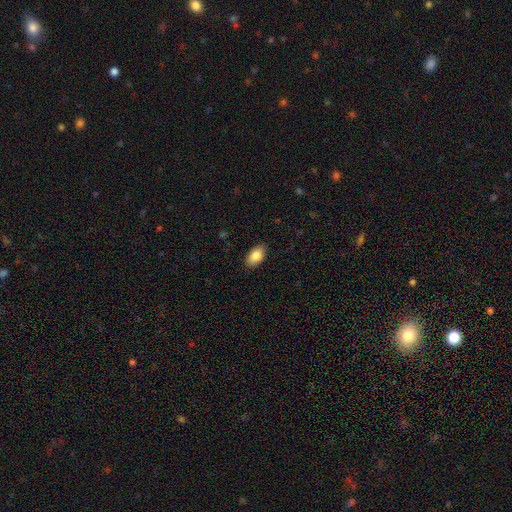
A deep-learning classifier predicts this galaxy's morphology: Smooth or featured? smooth (87%)
How rounded? in between (93%)
Merging? none (87%)